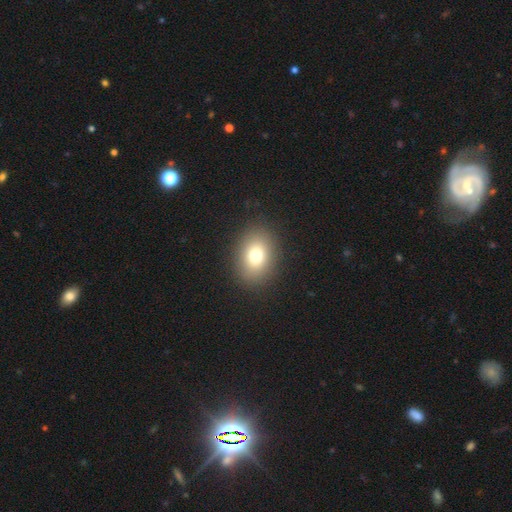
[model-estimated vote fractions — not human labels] The model was most divided on "how rounded": in between: 68%, round: 31%, cigar-shaped: 1%. More confident: merging — none (88%); smooth or featured — smooth (76%).